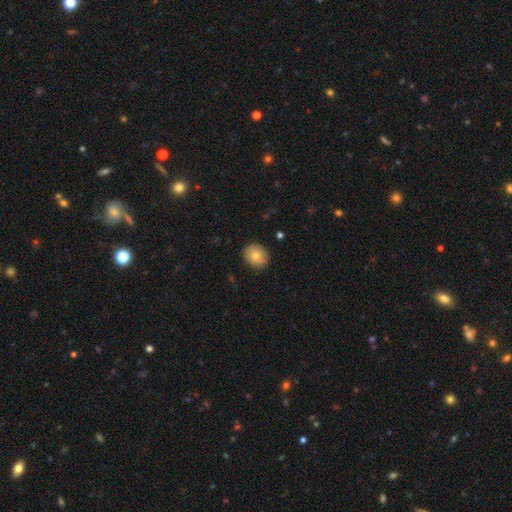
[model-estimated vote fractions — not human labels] A smooth galaxy with no disk features (78%) that is round (69%). Merging: none (87%).